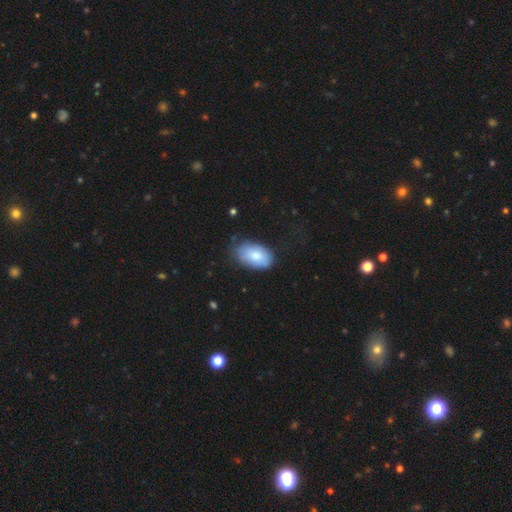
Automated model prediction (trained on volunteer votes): smooth 81%, featured or disk 13%, star or artifact 6%. Down the decision tree: how rounded — in between (93%); merging — none (73%).